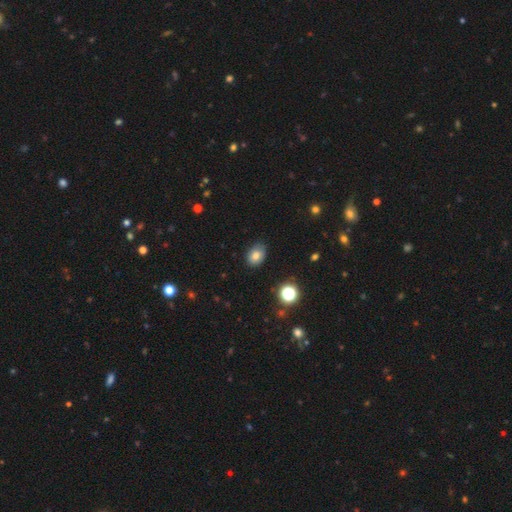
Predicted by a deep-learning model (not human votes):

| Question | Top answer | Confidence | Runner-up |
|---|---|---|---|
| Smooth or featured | smooth | 79% | star or artifact (12%) |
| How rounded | in between | 71% | round (28%) |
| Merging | none | 81% | minor disturbance (15%) |